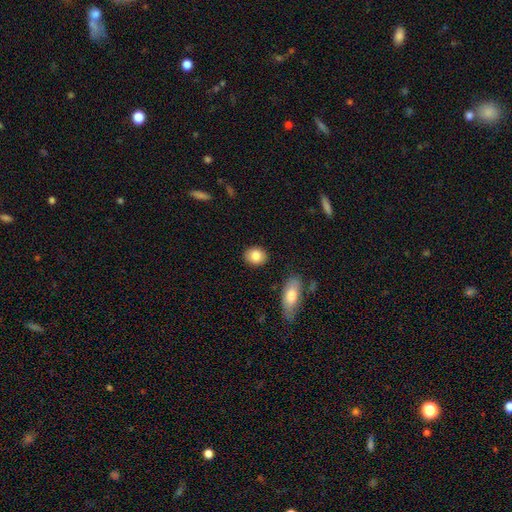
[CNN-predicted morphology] Q: Smooth or featured?
A: smooth (86%); runner-up: star or artifact (7%)
Q: How rounded?
A: round (52%); runner-up: in between (47%)
Q: Merging?
A: none (87%); runner-up: minor disturbance (8%)